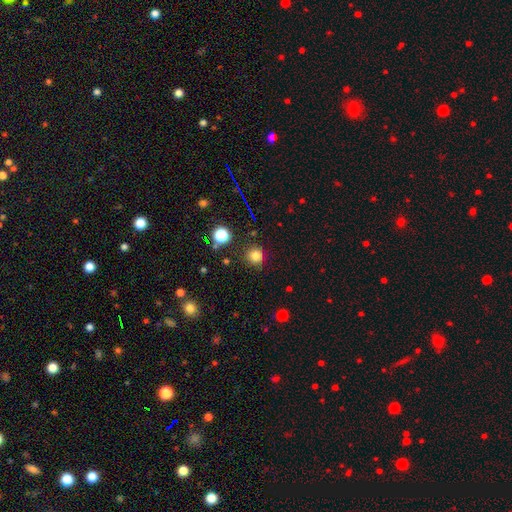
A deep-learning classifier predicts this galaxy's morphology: Smooth or featured: smooth — 80% (star or artifact — 15%)
How rounded: round — 93% (in between — 6%)
Merging: none — 87% (minor disturbance — 9%)